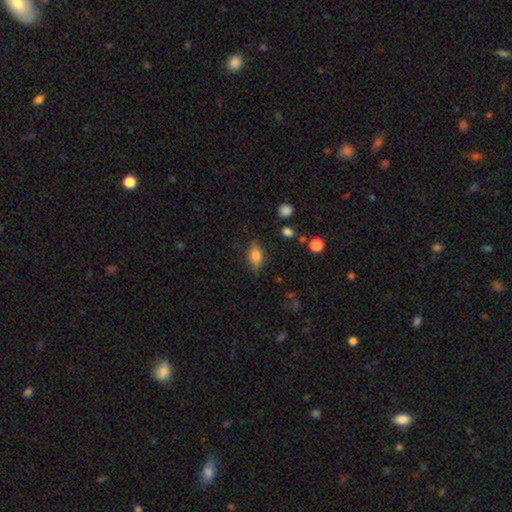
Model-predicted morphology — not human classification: A smooth galaxy with no disk features (69%) that is in between round and cigar-shaped (80%). Merging: none (77%).